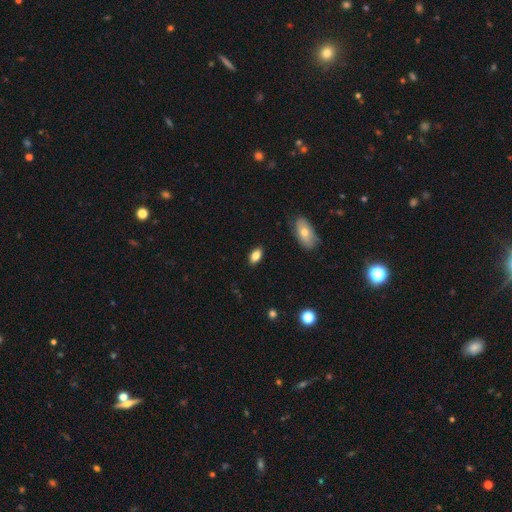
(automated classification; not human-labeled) Overall: smooth (84%). How rounded: in between (90%). Merging: none (87%).